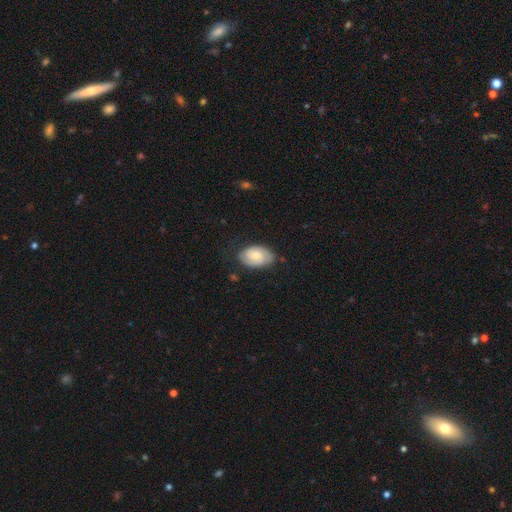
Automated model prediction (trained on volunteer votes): This appears to be a smooth galaxy with no disk features (57%) that is in between round and cigar-shaped (90%). Merging: none (69%).